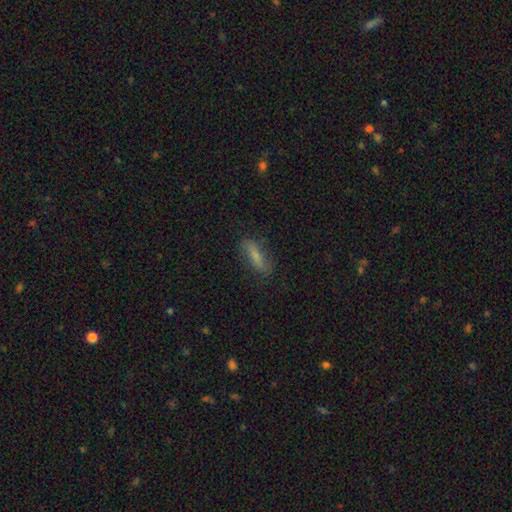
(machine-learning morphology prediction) smooth_or_featured: smooth (p=0.68) [alt: featured or disk p=0.24]
how_rounded: cigar-shaped (p=0.55) [alt: in between p=0.43]
merging: none (p=0.79) [alt: minor disturbance p=0.16]